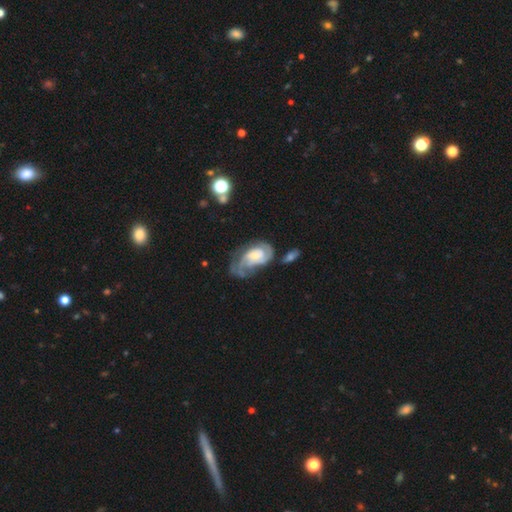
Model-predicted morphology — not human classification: smooth_or_featured: featured or disk (p=0.78) [alt: smooth p=0.17]
disk_edge_on: no (p=0.97) [alt: yes p=0.03]
bar: no (p=0.63) [alt: weak p=0.31]
has_spiral_arms: yes (p=0.91) [alt: no p=0.09]
spiral_winding: tight (p=0.41) [alt: medium p=0.40]
spiral_arm_count: 2 (p=0.44) [alt: can't tell p=0.25]
bulge_size: small (p=0.46) [alt: moderate p=0.42]
merging: major disturbance (p=0.34) [alt: none p=0.33]